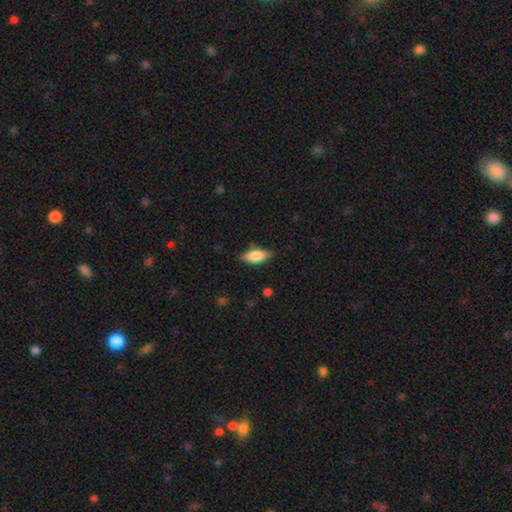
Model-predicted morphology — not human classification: smooth_or_featured: smooth (p=0.71) [alt: featured or disk p=0.22]
how_rounded: in between (p=0.77) [alt: cigar-shaped p=0.20]
merging: none (p=0.81) [alt: minor disturbance p=0.15]